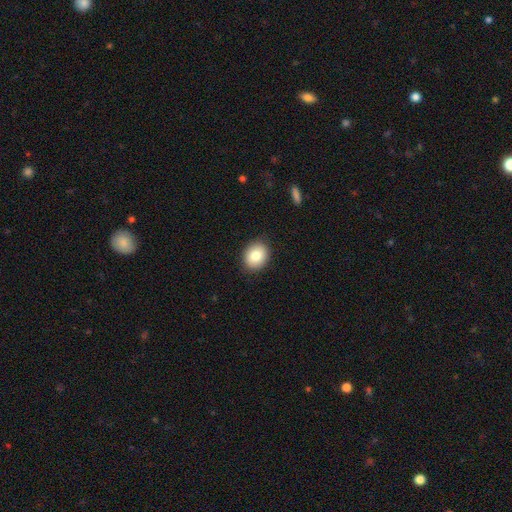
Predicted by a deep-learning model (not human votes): This is clearly a smooth galaxy (82%). How rounded: possibly round (58%). Merging: clearly none (89%).